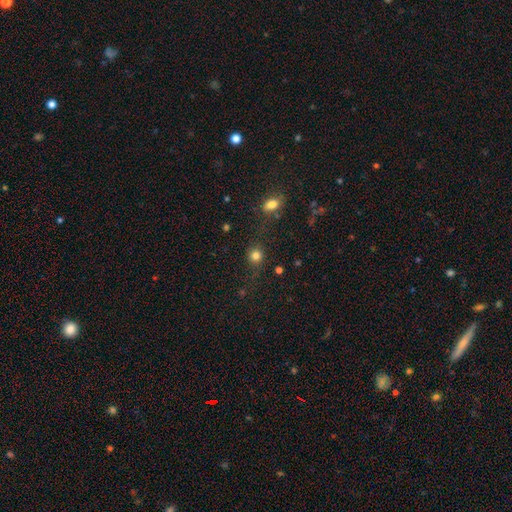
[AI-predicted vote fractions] This is clearly a smooth galaxy (81%). How rounded: clearly round (87%). Merging: clearly none (82%).